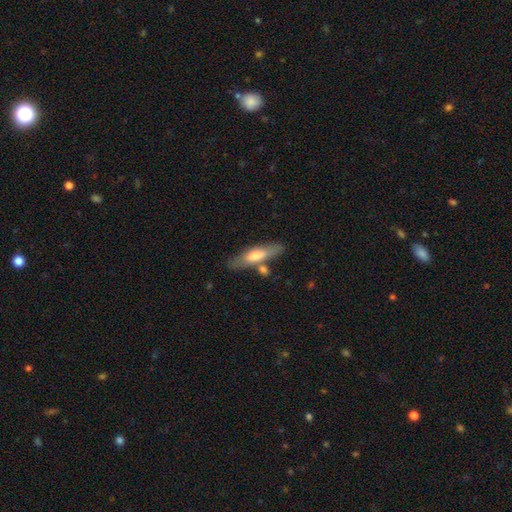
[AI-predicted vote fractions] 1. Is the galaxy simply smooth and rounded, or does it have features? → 61% smooth, 34% featured or disk, 6% star or artifact.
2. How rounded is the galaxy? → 63% cigar-shaped, 34% in between, 2% round.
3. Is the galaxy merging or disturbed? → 69% none, 14% minor disturbance, 13% merger, 4% major disturbance.